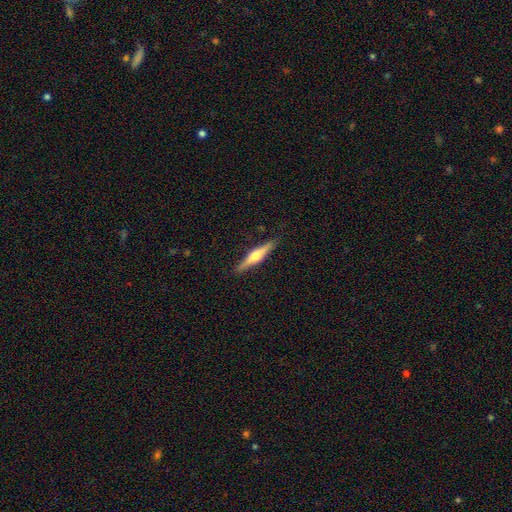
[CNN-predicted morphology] This appears to be a featured or disk galaxy (67%) viewed edge-on (97%) with a rounded central bulge (92%). Merging: none (90%).